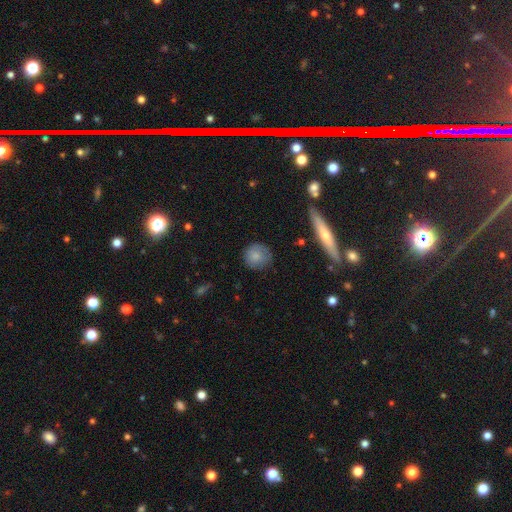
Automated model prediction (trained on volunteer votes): smooth_or_featured: smooth (p=0.80) [alt: featured or disk p=0.12]
how_rounded: round (p=0.91) [alt: in between p=0.08]
merging: none (p=0.78) [alt: minor disturbance p=0.17]